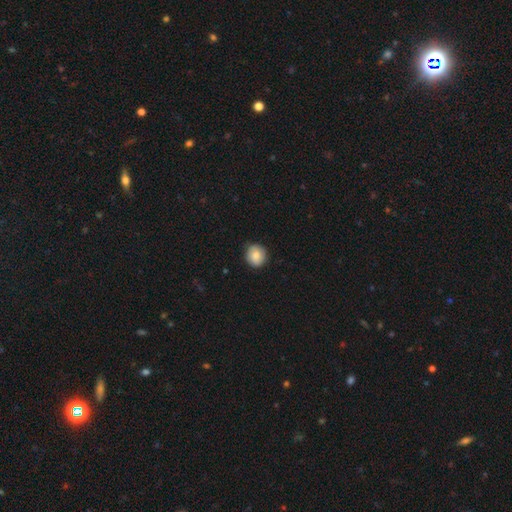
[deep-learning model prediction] This appears to be a smooth galaxy with no disk features (83%) that is round (87%). Merging: none (84%).